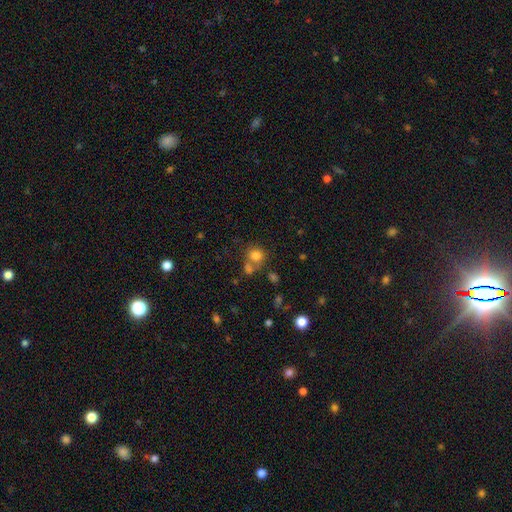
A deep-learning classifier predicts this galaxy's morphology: type=smooth (77%); roundness=round (79%); merging=none (51%).